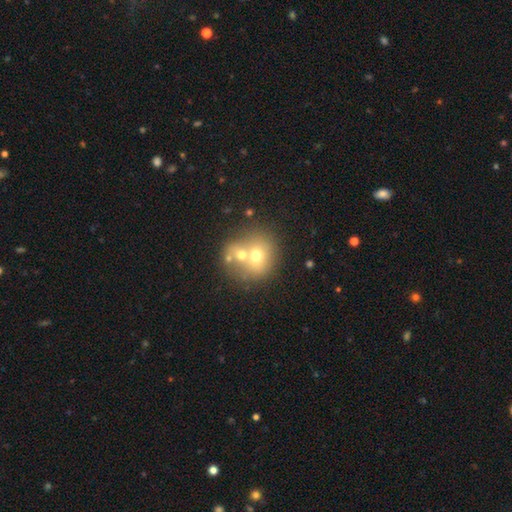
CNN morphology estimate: The model was most divided on "merging": merger: 55%, none: 33%, minor disturbance: 8%, major disturbance: 4%. More confident: how rounded — round (76%); smooth or featured — smooth (63%).